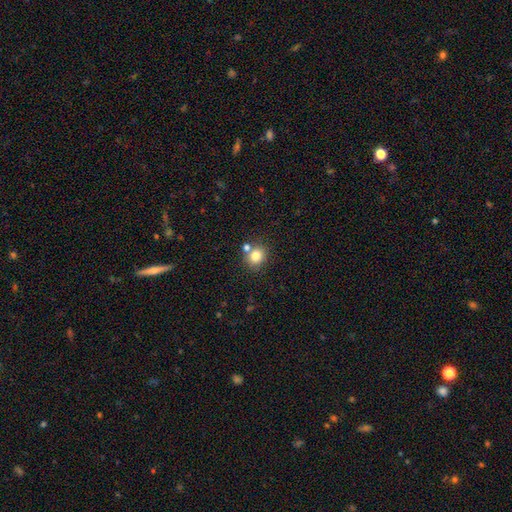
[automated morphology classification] smooth 81%, star or artifact 12%, featured or disk 8%. Down the decision tree: how rounded — round (82%); merging — none (68%).